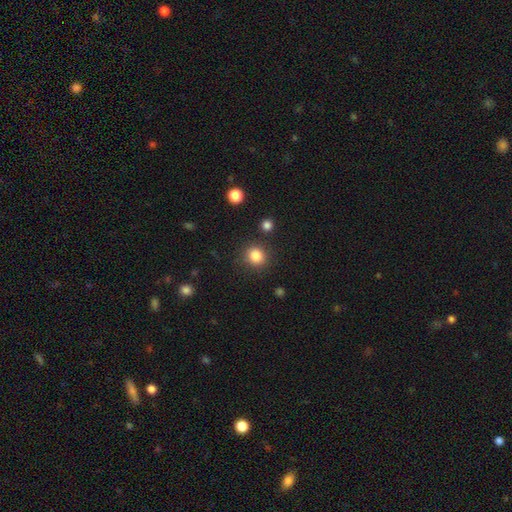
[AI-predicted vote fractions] Overall: smooth (85%). How rounded: round (85%). Merging: none (86%).